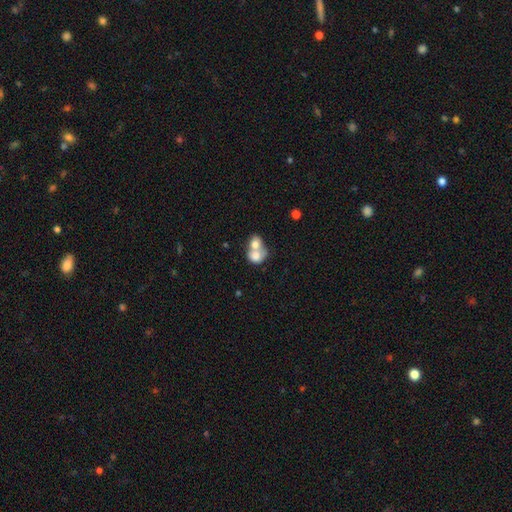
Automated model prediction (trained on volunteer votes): A smooth galaxy with no disk features (72%) that is round (59%). Merging: merger (76%).